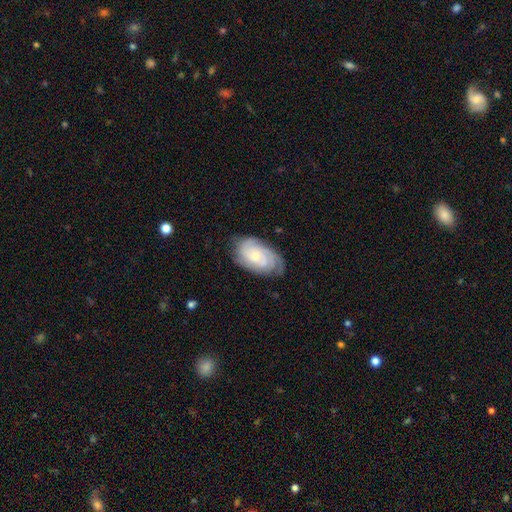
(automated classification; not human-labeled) Smooth or featured? featured or disk (74%)
Edge-on disk? no (96%)
Bar? no (74%)
Spiral arms? yes (94%)
Spiral winding? tight (67%)
Spiral arm count? can't tell (33%)
Bulge size? small (57%)
Merging? none (70%)